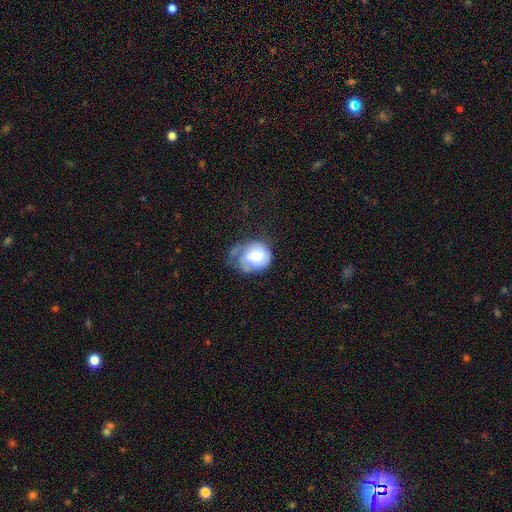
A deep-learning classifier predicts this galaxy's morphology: Smooth or featured? smooth (65%)
How rounded? round (64%)
Merging? minor disturbance (36%)